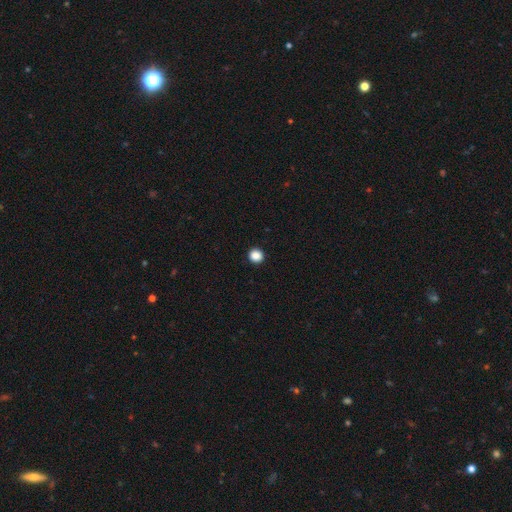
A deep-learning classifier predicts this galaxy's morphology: smooth-or-featured: smooth: 88% | star or artifact: 10% | featured or disk: 2%
  how-rounded: round: 92% | in between: 7% | cigar-shaped: 1%
  merging: none: 94% | minor disturbance: 4% | major disturbance: 1% | merger: 1%